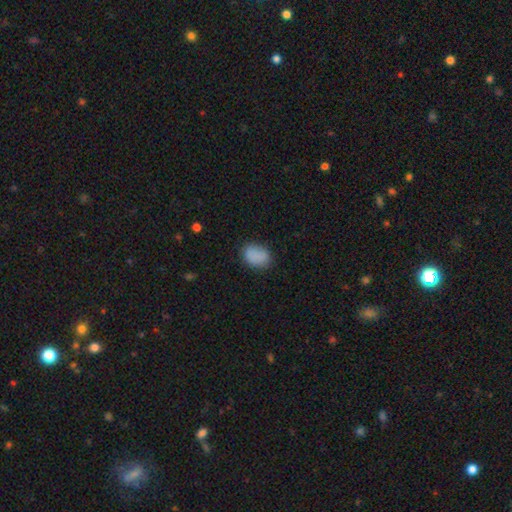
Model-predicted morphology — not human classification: type=smooth (86%); roundness=in between (74%); merging=none (79%).